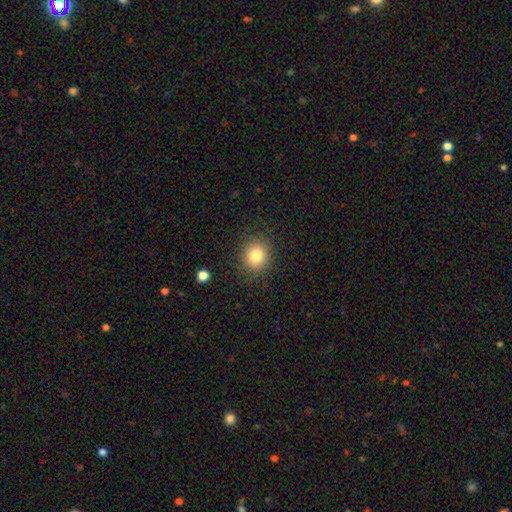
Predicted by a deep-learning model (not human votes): This appears to be a smooth galaxy with no disk features (82%) that is round (76%). Merging: none (88%).